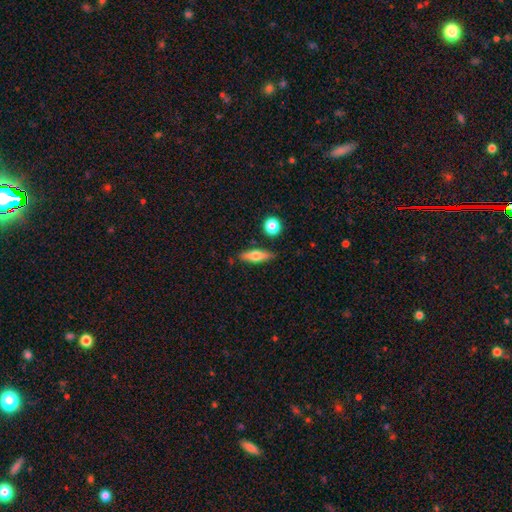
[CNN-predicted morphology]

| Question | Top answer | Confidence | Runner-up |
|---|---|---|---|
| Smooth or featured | smooth | 66% | featured or disk (27%) |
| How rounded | cigar-shaped | 48% | in between (47%) |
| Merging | none | 80% | minor disturbance (13%) |